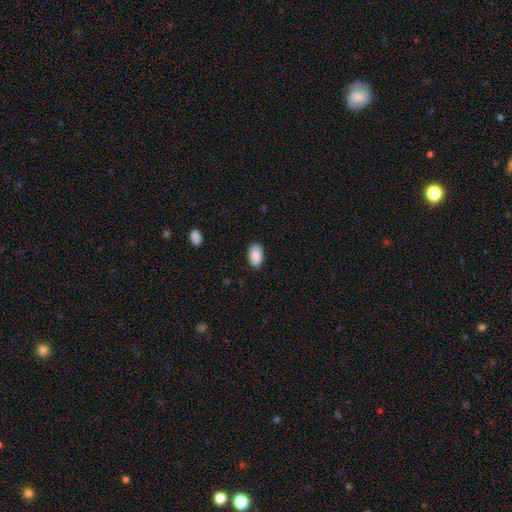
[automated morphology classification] Overall: smooth (90%). How rounded: in between (93%). Merging: none (86%).